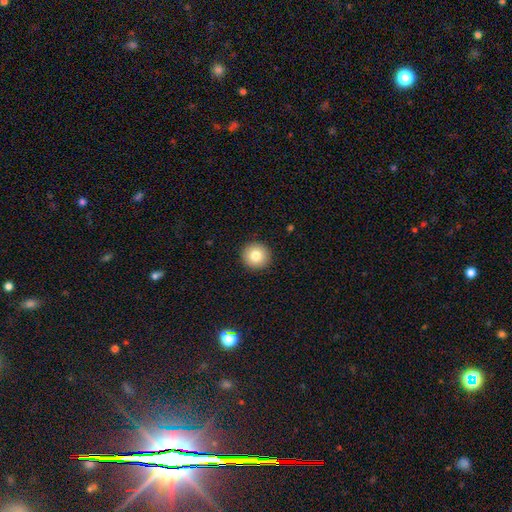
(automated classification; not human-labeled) A smooth galaxy with no disk features (80%) that is round (95%). Merging: none (93%).